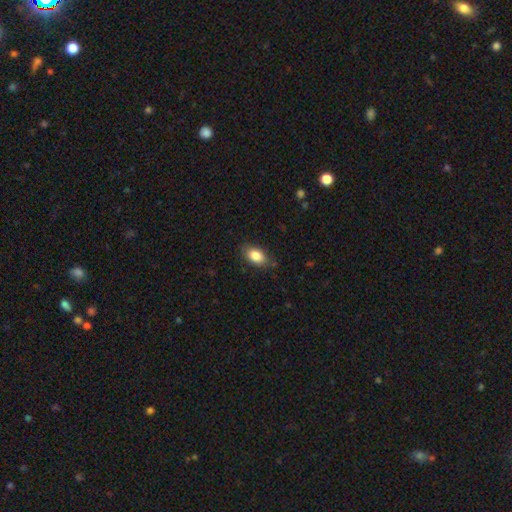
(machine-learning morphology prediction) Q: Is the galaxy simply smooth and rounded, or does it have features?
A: smooth — 84%.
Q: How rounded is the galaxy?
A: in between — 89%.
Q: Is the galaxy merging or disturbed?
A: none — 81%.